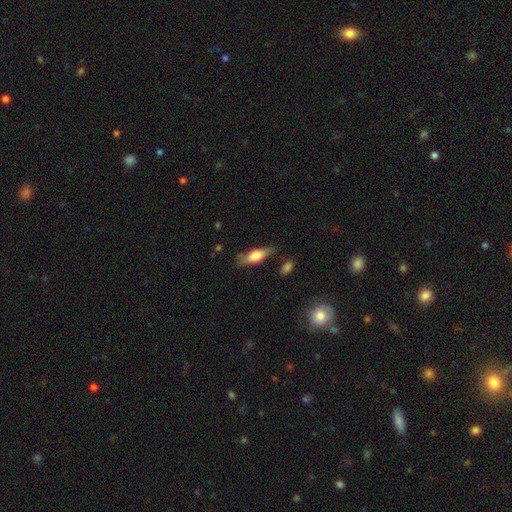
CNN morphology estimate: smooth-or-featured: smooth: 61% | featured or disk: 33% | star or artifact: 6%
  how-rounded: in between: 60% | cigar-shaped: 37% | round: 3%
  merging: none: 71% | minor disturbance: 21% | major disturbance: 5% | merger: 3%